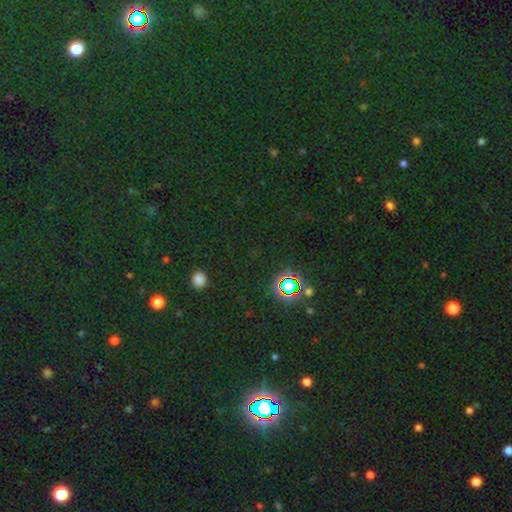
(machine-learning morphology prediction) Smooth or featured: star or artifact — 76% (smooth — 17%)